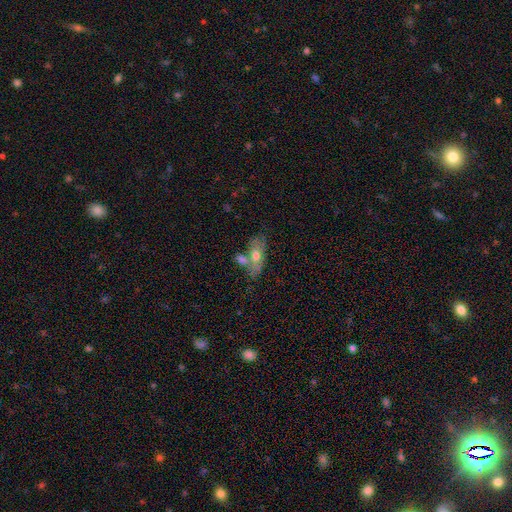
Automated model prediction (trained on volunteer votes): Q: Smooth or featured?
A: smooth (55%); runner-up: featured or disk (37%)
Q: How rounded?
A: in between (79%); runner-up: cigar-shaped (15%)
Q: Merging?
A: none (43%); runner-up: merger (34%)